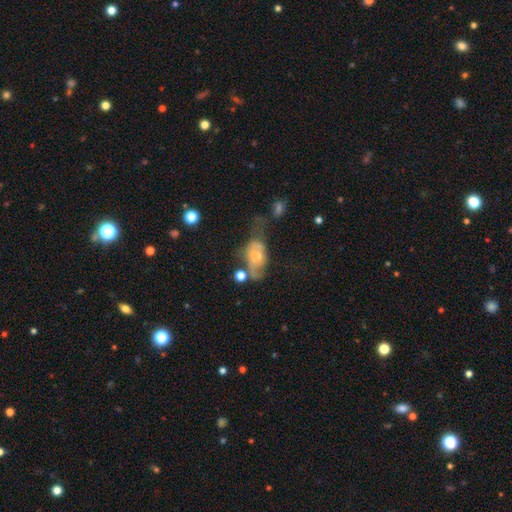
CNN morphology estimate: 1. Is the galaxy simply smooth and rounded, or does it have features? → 49% smooth, 41% featured or disk, 11% star or artifact.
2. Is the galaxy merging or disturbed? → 36% major disturbance, 24% merger, 20% minor disturbance, 20% none.